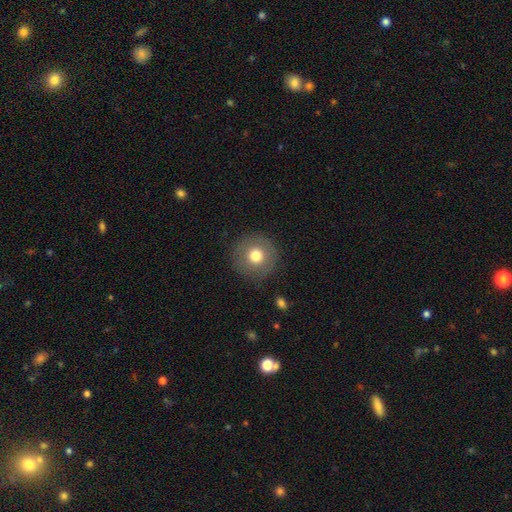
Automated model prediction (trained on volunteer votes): Smooth or featured? smooth (73%)
How rounded? round (96%)
Merging? none (88%)